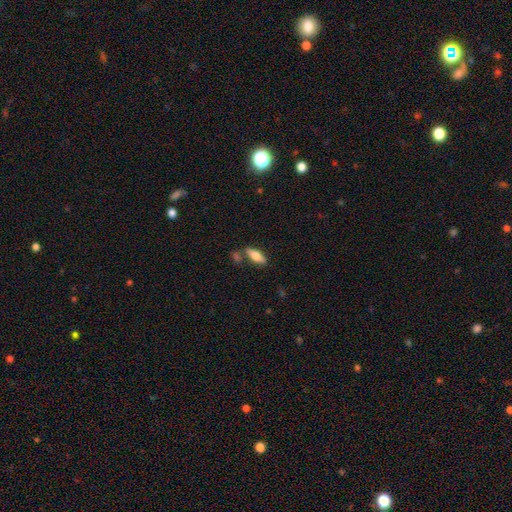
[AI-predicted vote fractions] Morphology: type=smooth (68%); roundness=in between (64%); merging=none (71%).